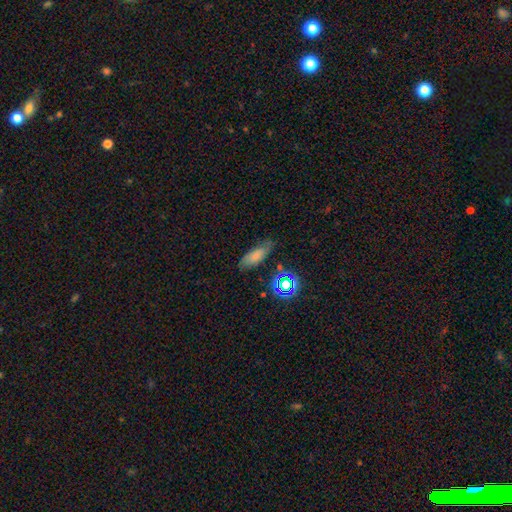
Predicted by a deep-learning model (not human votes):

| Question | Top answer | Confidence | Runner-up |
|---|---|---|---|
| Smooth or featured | smooth | 69% | featured or disk (17%) |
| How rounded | in between | 73% | cigar-shaped (22%) |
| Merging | none | 67% | minor disturbance (24%) |